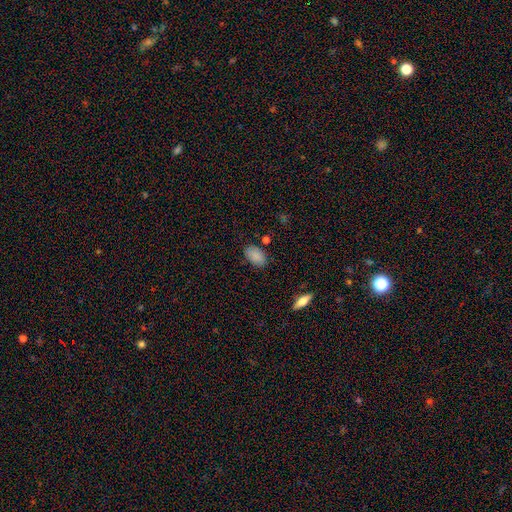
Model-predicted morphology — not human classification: This appears to be a smooth galaxy with no disk features (87%) that is in between round and cigar-shaped (92%). Merging: none (80%).